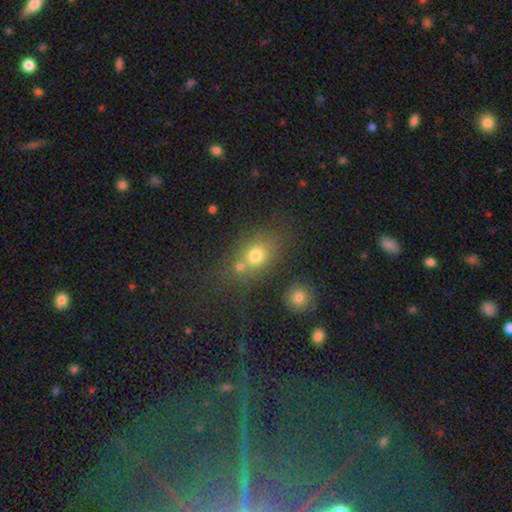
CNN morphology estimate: Smooth or featured? Predicted: smooth (p=0.70). How rounded? Predicted: in between (p=0.56). Merging? Predicted: none (p=0.60).